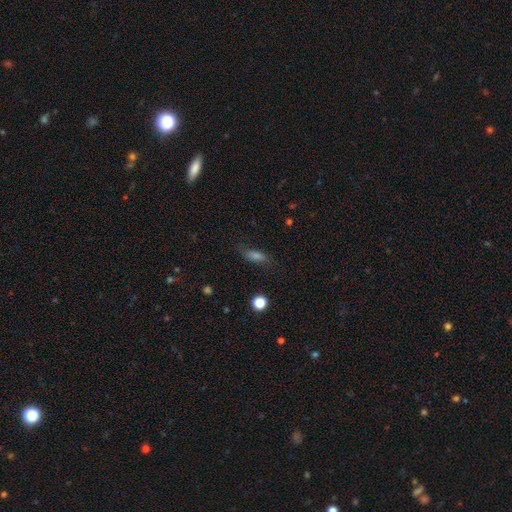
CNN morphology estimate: type=smooth (54%); roundness=in between (50%); merging=none (70%).